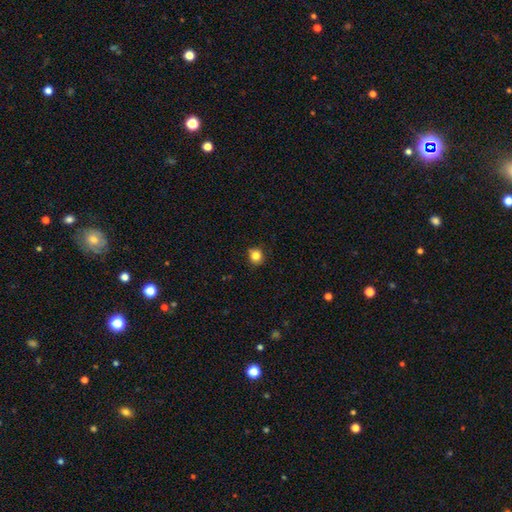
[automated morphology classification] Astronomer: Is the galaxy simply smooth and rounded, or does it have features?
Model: smooth — 82%.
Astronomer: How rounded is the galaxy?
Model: round — 87%.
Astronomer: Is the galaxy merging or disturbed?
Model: none — 84%.